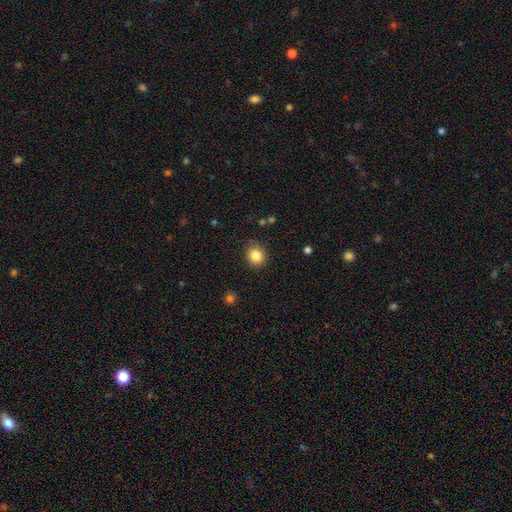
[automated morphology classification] A smooth galaxy with no disk features (84%) that is round (73%). Merging: none (83%).